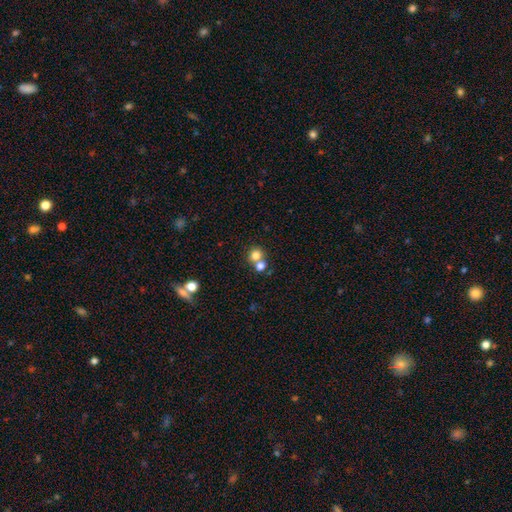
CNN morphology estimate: This is likely a smooth galaxy (78%). How rounded: clearly round (82%). Merging: possibly none (49%).